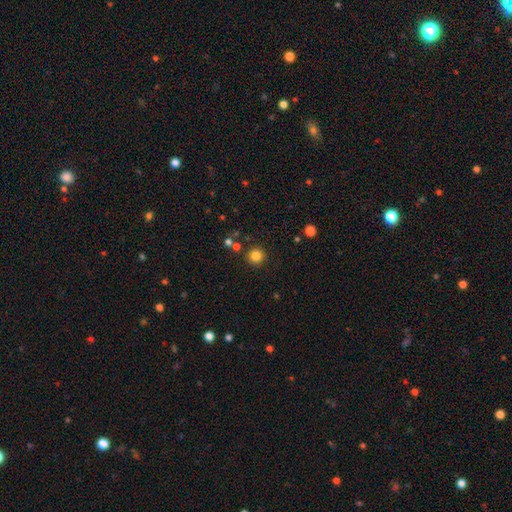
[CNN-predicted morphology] Smooth or featured? smooth (83%)
How rounded? round (94%)
Merging? none (88%)